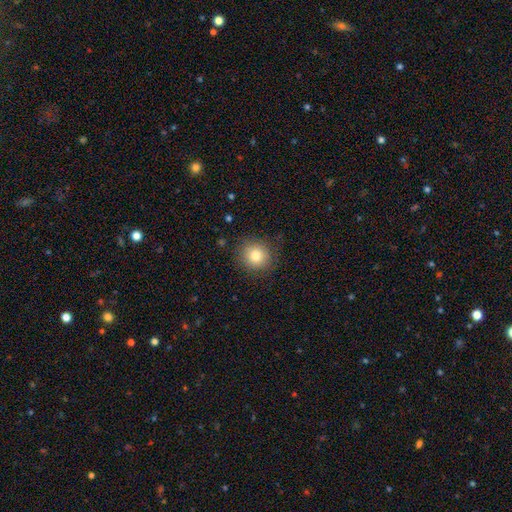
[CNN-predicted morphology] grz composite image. It shows a smooth galaxy with no disk features (81%) that is round (90%). Merging: none (86%).